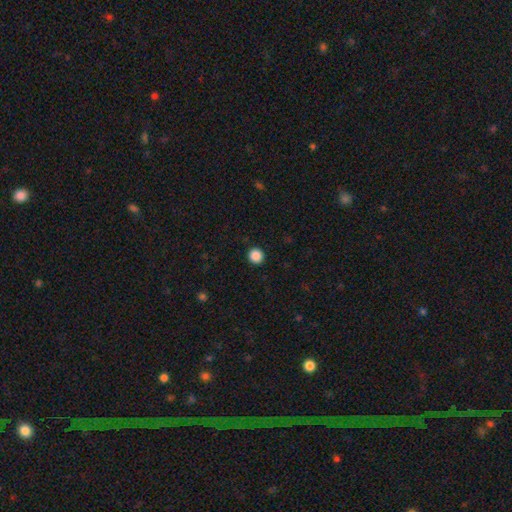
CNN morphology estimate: A smooth galaxy with no disk features (88%) that is round (94%).

Vote fractions:
- Smooth or featured? smooth: 88% / star or artifact: 10% / featured or disk: 2%
- How rounded? round: 94% / in between: 5% / cigar-shaped: 1%
- Merging? none: 93% / minor disturbance: 4% / major disturbance: 2% / merger: 1%